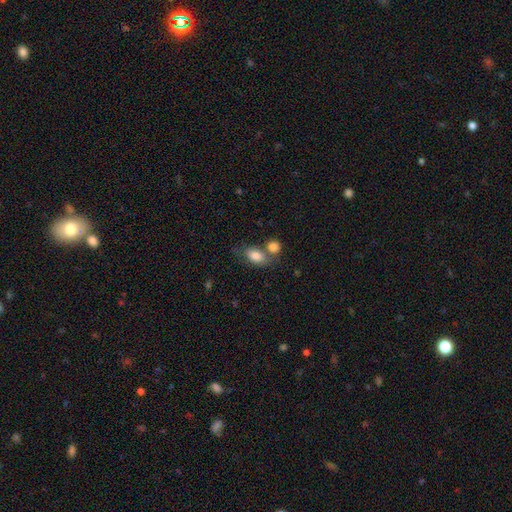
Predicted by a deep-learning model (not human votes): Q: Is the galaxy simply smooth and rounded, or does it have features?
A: smooth — 83%.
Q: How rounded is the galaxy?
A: in between — 85%.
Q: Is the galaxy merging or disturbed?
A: none — 44%.